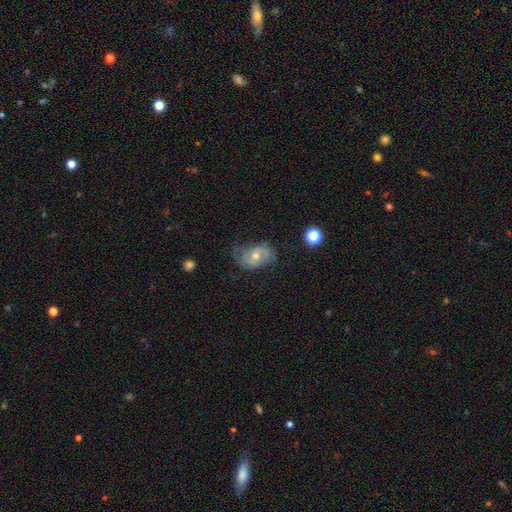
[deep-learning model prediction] Q: Smooth or featured?
A: featured or disk (61%); runner-up: smooth (29%)
Q: Edge-on disk?
A: no (95%); runner-up: yes (5%)
Q: Bar?
A: no (63%); runner-up: weak (30%)
Q: Spiral arms?
A: yes (78%); runner-up: no (22%)
Q: Bulge size?
A: moderate (60%); runner-up: small (36%)
Q: Merging?
A: none (58%); runner-up: minor disturbance (27%)